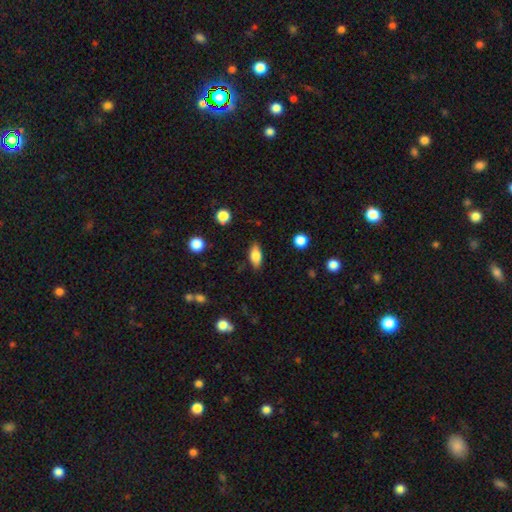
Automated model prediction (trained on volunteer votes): A smooth galaxy with no disk features (81%) that is in between round and cigar-shaped (85%). Merging: none (85%).